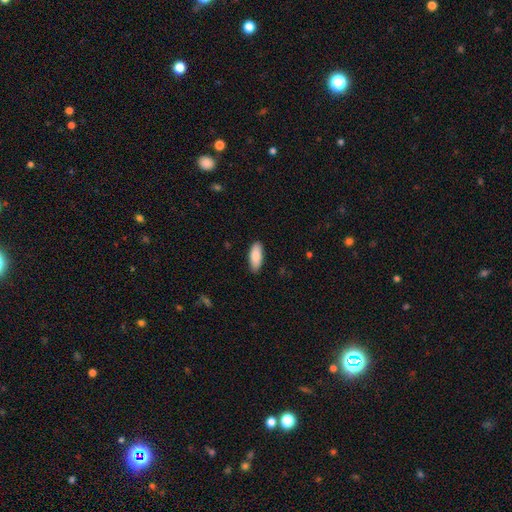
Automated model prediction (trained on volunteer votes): This is clearly a smooth galaxy (88%). How rounded: clearly in between (80%). Merging: clearly none (86%).